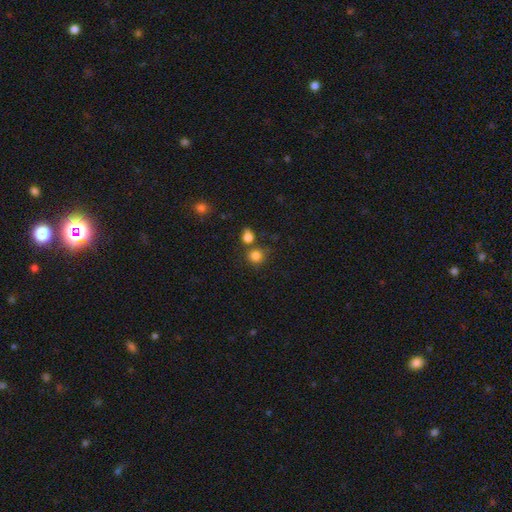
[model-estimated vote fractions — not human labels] The model was most divided on "merging": none: 69%, merger: 19%, minor disturbance: 9%, major disturbance: 4%. More confident: how rounded — round (88%); smooth or featured — smooth (81%).